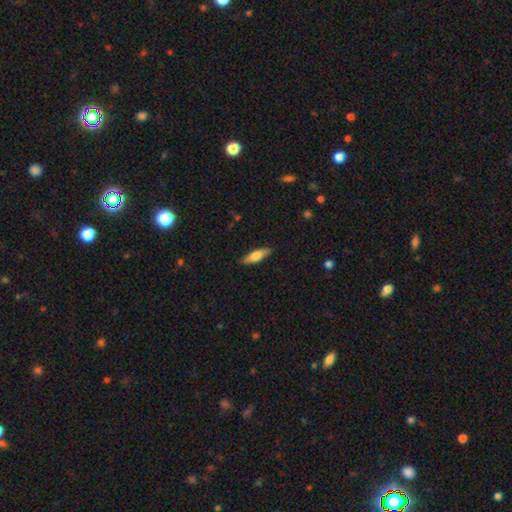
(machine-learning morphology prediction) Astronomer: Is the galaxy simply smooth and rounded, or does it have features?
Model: smooth — 66%.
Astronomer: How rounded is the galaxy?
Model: cigar-shaped — 52% (runner-up: in between, 46%).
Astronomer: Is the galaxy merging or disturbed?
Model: none — 87%.